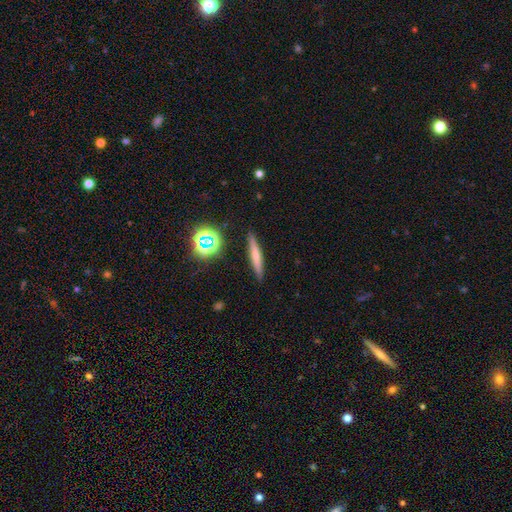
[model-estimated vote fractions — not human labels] smooth_or_featured: smooth (p=0.57) [alt: featured or disk p=0.31]
how_rounded: cigar-shaped (p=0.91) [alt: in between p=0.06]
merging: none (p=0.89) [alt: minor disturbance p=0.08]